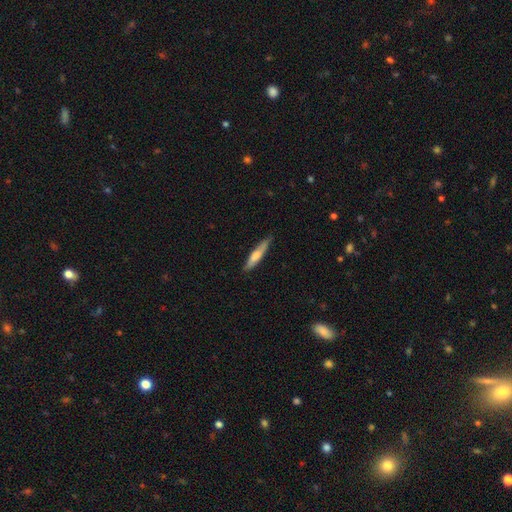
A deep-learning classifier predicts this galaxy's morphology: smooth-or-featured: smooth: 64% | featured or disk: 30% | star or artifact: 6%
  how-rounded: cigar-shaped: 89% | in between: 10% | round: 1%
  merging: none: 82% | minor disturbance: 15% | major disturbance: 2% | merger: 1%